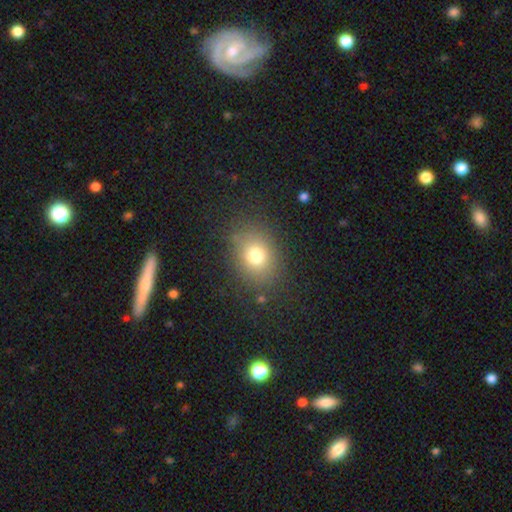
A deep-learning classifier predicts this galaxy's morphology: The model was most divided on "how rounded": round: 51%, in between: 48%, cigar-shaped: 1%. More confident: merging — none (82%); smooth or featured — smooth (75%).